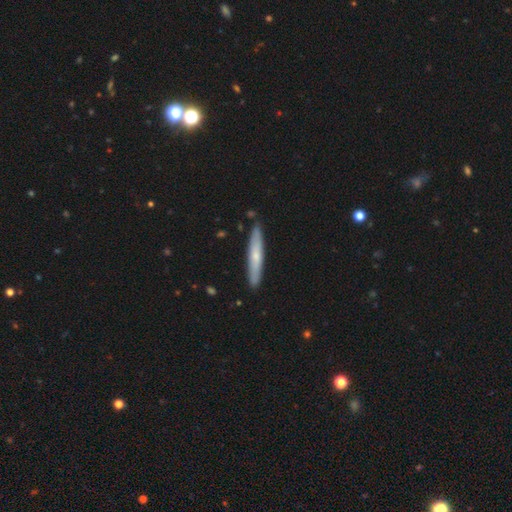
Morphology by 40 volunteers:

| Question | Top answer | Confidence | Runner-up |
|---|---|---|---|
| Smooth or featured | smooth | 65% | featured or disk (30%) |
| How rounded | cigar-shaped | 96% | in between (4%) |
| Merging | none | 84% | minor disturbance (16%) |